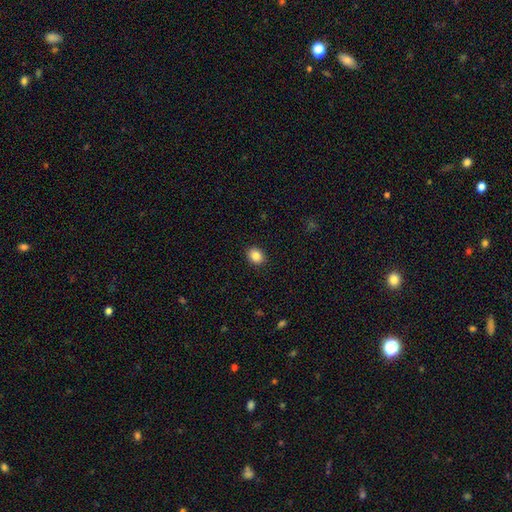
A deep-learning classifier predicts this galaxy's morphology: This is clearly a smooth galaxy (86%). How rounded: possibly round (52%). Merging: clearly none (90%).